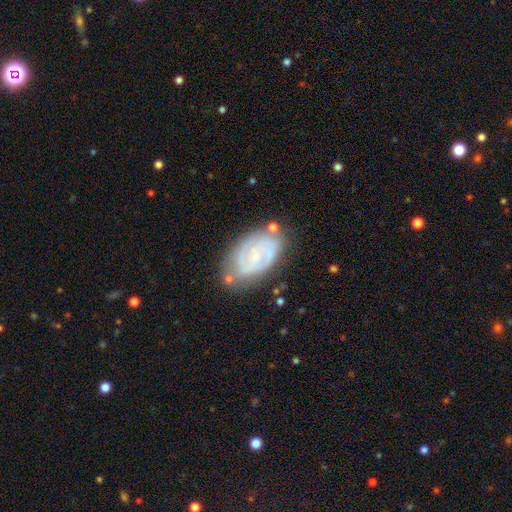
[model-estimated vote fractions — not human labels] smooth-or-featured: featured or disk: 72% | smooth: 21% | star or artifact: 7%
  disk-edge-on: no: 96% | yes: 4%
    bar: no: 59% | weak: 33% | strong: 8%
    has-spiral-arms: yes: 83% | no: 17%
      spiral-winding: tight: 60% | medium: 31% | loose: 9%
      spiral-arm-count: 2: 52% | can't tell: 31% | 3: 8% | 1: 4% | 4: 3% | more than 4: 2%
    bulge-size: small: 75% | moderate: 15% | none: 8% | large: 1% | dominant: 1%
  merging: none: 69% | minor disturbance: 21% | major disturbance: 6% | merger: 5%